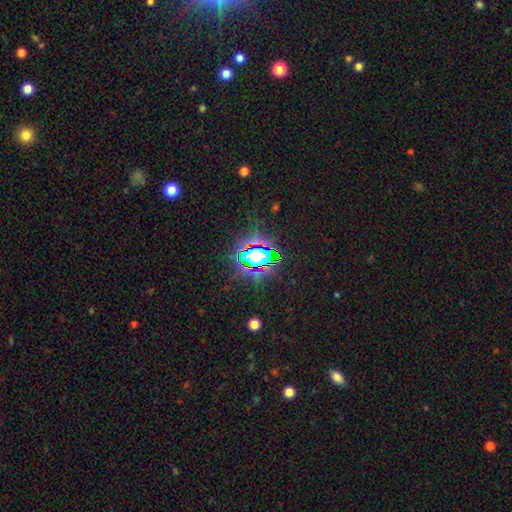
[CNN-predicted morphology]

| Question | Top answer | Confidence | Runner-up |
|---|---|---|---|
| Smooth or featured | star or artifact | 70% | smooth (18%) |